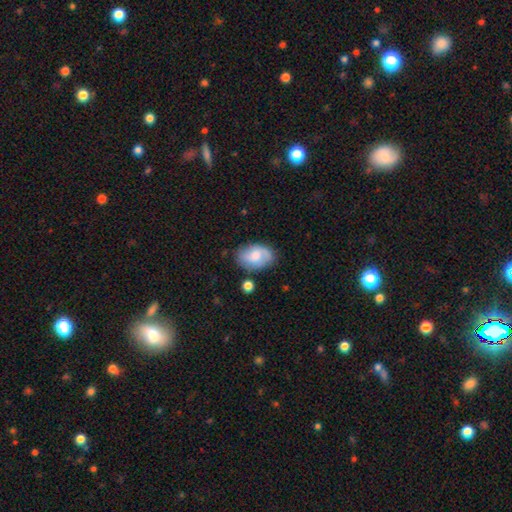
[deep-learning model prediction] Morphology: type=smooth (51%); roundness=in between (83%); merging=none (70%).